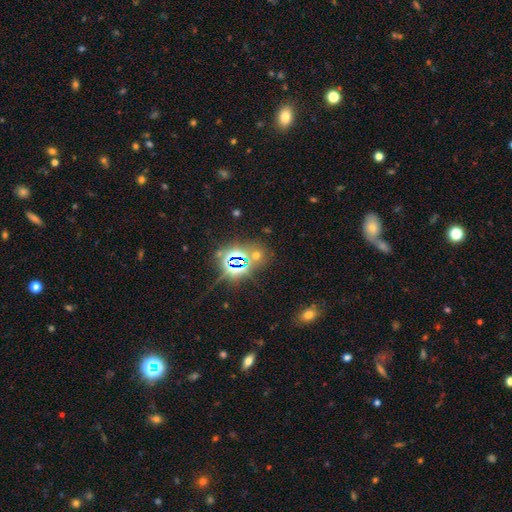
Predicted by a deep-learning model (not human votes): Smooth or featured? star or artifact (61%)